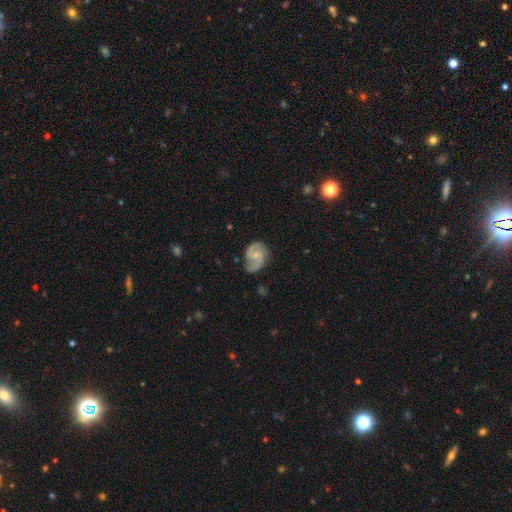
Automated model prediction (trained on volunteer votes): A featured or disk galaxy (77%) with no bar (53%), 2 (86%) medium (52%) spiral arms (94%) and a small central bulge (57%).

Vote fractions:
- Smooth or featured? featured or disk: 77% / smooth: 17% / star or artifact: 6%
- Edge-on disk? no: 98% / yes: 2%
- Bar? no: 53% / weak: 39% / strong: 8%
- Spiral arms? yes: 94% / no: 6%
- Spiral winding? medium: 52% / loose: 24% / tight: 24%
- Spiral arm count? 2: 86% / can't tell: 6% / 1: 3% / 3: 3% / 4: 1% / more than 4: 1%
- Bulge size? small: 57% / moderate: 33% / none: 7% / large: 1% / dominant: 1%
- Merging? none: 62% / minor disturbance: 26% / major disturbance: 9% / merger: 2%